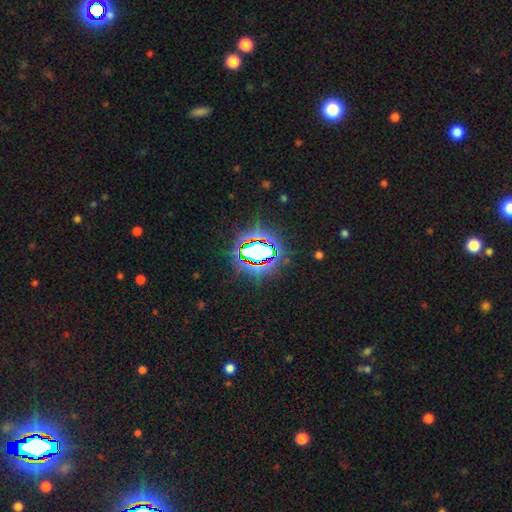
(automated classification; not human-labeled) This is likely a star or artifact rather than a galaxy (77%).